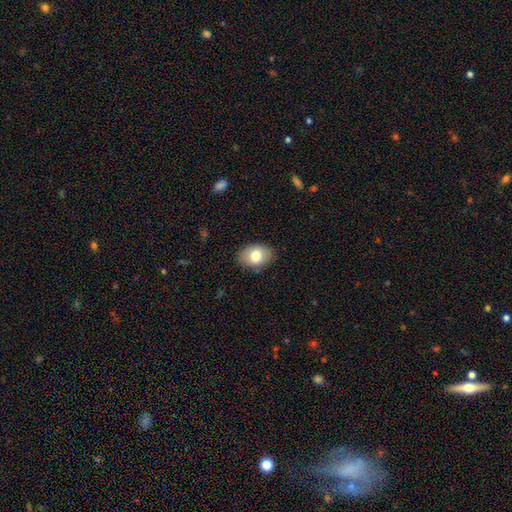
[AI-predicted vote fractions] Morphology: type=smooth (77%); roundness=in between (82%); merging=none (85%).